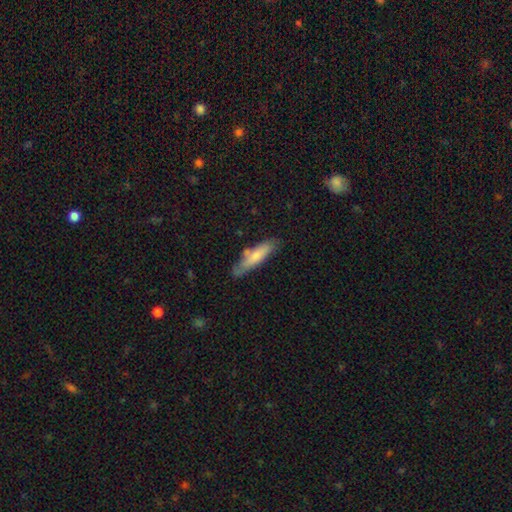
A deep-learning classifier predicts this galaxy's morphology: The model was most divided on "how rounded": cigar-shaped: 73%, in between: 26%, round: 2%. More confident: smooth or featured — smooth (71%); merging — none (69%).